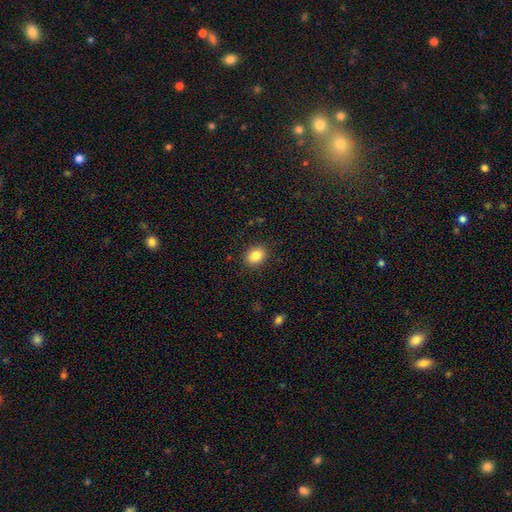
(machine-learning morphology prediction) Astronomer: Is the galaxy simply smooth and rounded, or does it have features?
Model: smooth — 86%.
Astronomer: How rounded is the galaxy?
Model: in between — 59% (runner-up: round, 40%).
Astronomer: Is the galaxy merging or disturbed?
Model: none — 88%.